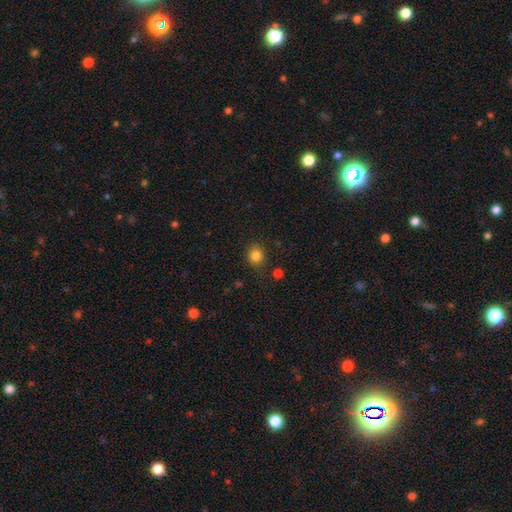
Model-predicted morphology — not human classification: Q: Smooth or featured?
A: smooth (84%); runner-up: star or artifact (12%)
Q: How rounded?
A: round (76%); runner-up: in between (23%)
Q: Merging?
A: none (83%); runner-up: minor disturbance (10%)